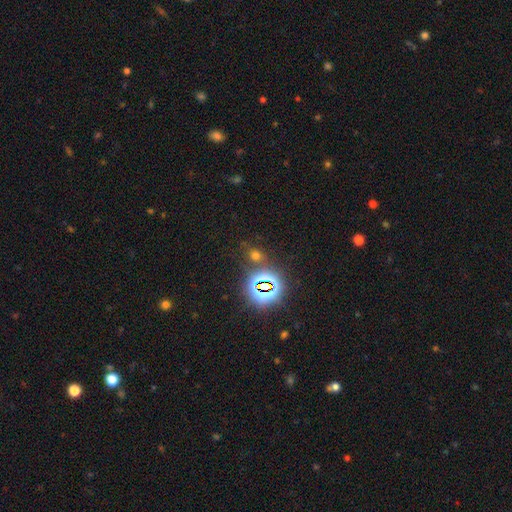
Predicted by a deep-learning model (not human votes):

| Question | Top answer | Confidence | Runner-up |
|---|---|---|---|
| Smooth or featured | star or artifact | 49% | smooth (44%) |